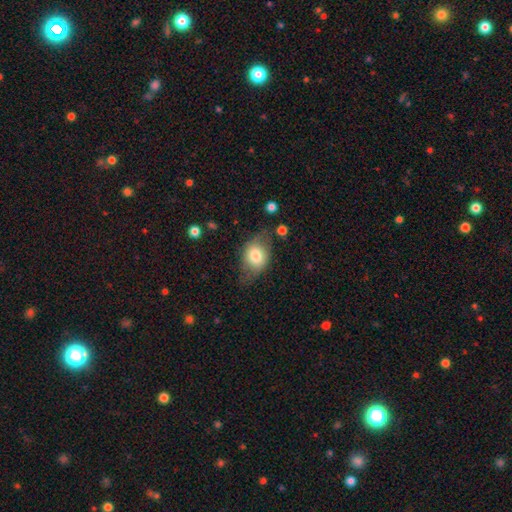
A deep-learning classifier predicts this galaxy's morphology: A smooth galaxy with no disk features (70%) that is in between round and cigar-shaped (71%).

Vote fractions:
- Smooth or featured? smooth: 70% / featured or disk: 22% / star or artifact: 7%
- How rounded? in between: 71% / round: 27% / cigar-shaped: 2%
- Merging? none: 58% / minor disturbance: 28% / major disturbance: 12% / merger: 2%